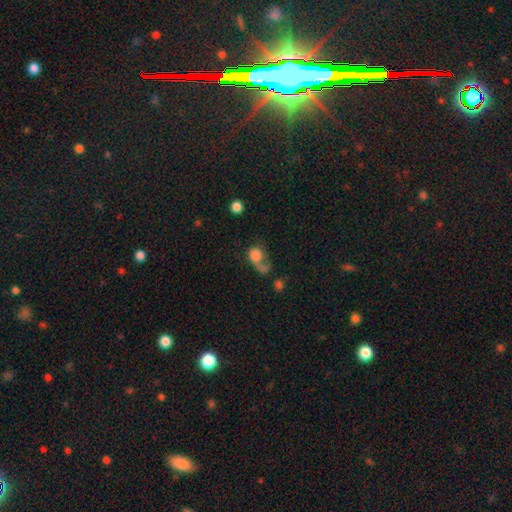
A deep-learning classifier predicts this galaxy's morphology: Overall: smooth (62%; featured or disk 27%). How rounded: round (54%; in between 44%). Merging: major disturbance (45%; none 23%).